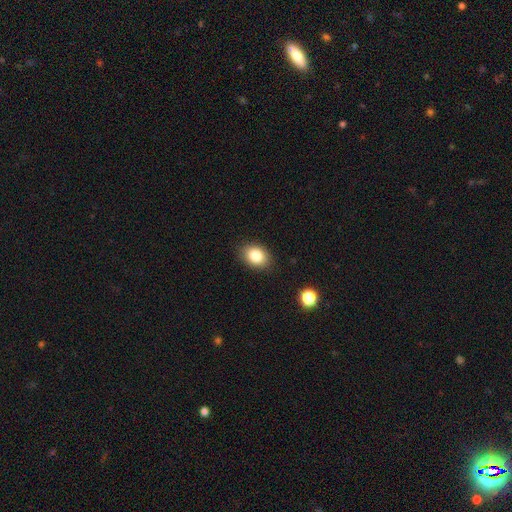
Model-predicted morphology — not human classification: A smooth galaxy with no disk features (84%) that is in between round and cigar-shaped (67%). Merging: none (87%).